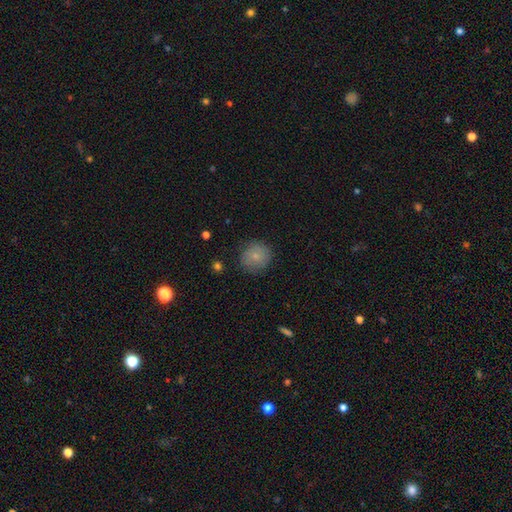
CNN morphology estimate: Overall: smooth (78%). How rounded: round (89%). Merging: none (80%).